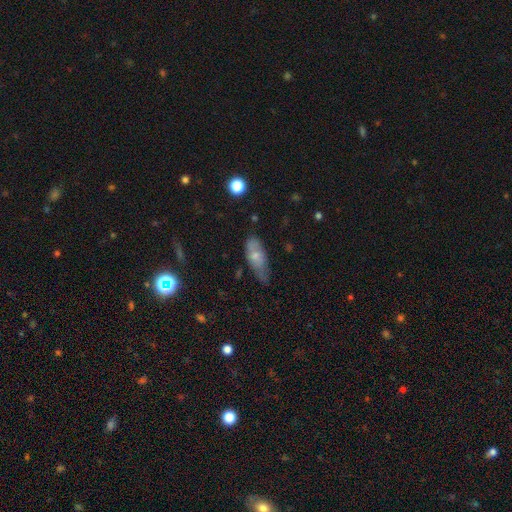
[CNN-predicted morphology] A smooth galaxy with no disk features (62%) that is in between round and cigar-shaped (79%).

Vote fractions:
- Smooth or featured? smooth: 62% / featured or disk: 31% / star or artifact: 8%
- How rounded? in between: 79% / cigar-shaped: 17% / round: 4%
- Merging? none: 46% / minor disturbance: 39% / major disturbance: 12% / merger: 3%